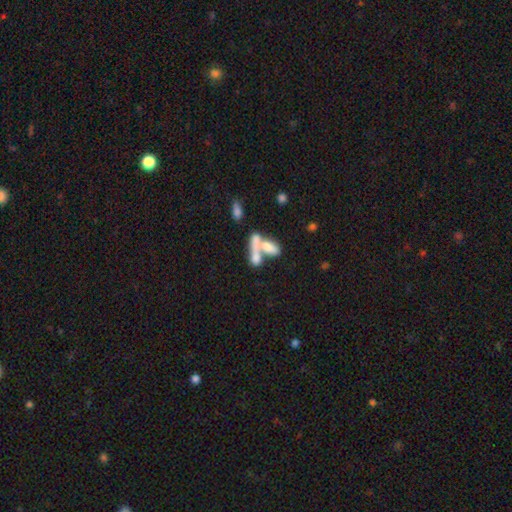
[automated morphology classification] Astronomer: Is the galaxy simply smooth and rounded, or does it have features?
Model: smooth — 65%.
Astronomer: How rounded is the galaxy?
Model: in between — 65%.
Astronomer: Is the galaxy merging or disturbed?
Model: merger — 68%.